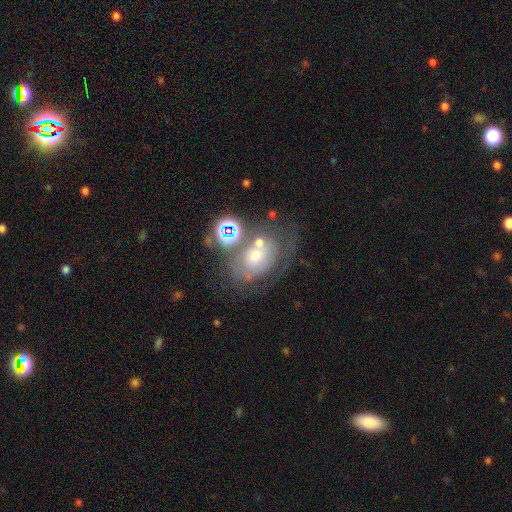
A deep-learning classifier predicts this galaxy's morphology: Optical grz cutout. It shows a featured or disk galaxy (50%). Merging: none (41%).